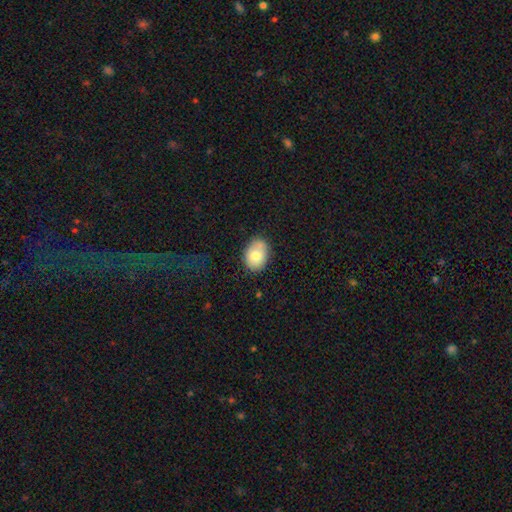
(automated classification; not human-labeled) Smooth or featured?
  - smooth: 79% *
  - featured or disk: 14%
  - star or artifact: 8%
How rounded?
  - in between: 70% *
  - round: 29%
  - cigar-shaped: 1%
Merging?
  - none: 71% *
  - minor disturbance: 20%
  - merger: 5%
  - major disturbance: 4%